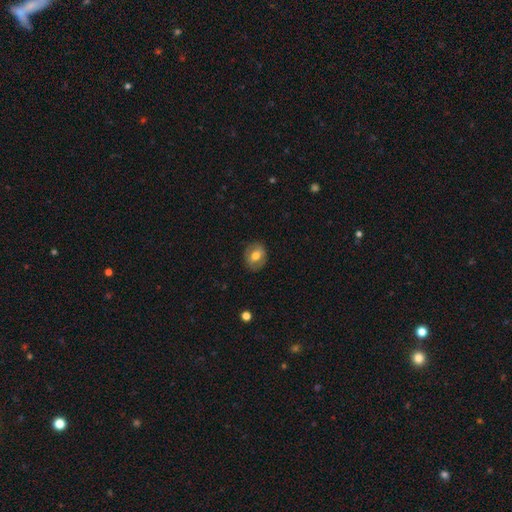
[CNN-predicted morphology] smooth 66%, featured or disk 26%, star or artifact 8%. Down the decision tree: how rounded — round (53%); merging — none (85%).